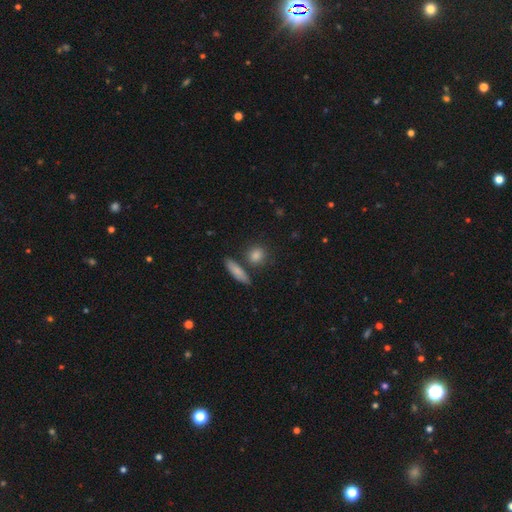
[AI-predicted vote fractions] smooth_or_featured: smooth (p=0.77) [alt: star or artifact p=0.12]
how_rounded: round (p=0.61) [alt: in between p=0.24]
merging: none (p=0.75) [alt: merger p=0.13]